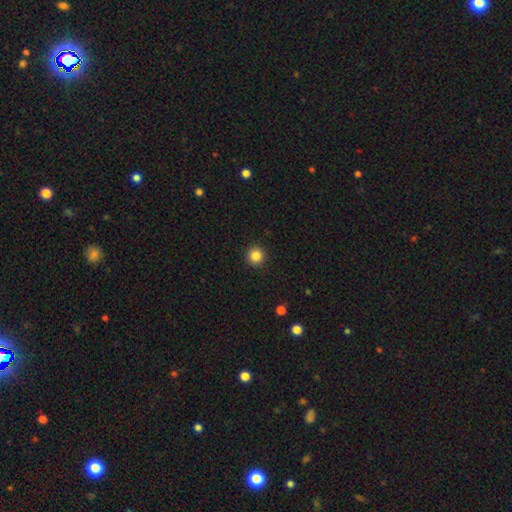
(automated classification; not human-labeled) This is clearly a smooth galaxy (85%). How rounded: clearly round (95%). Merging: clearly none (93%).